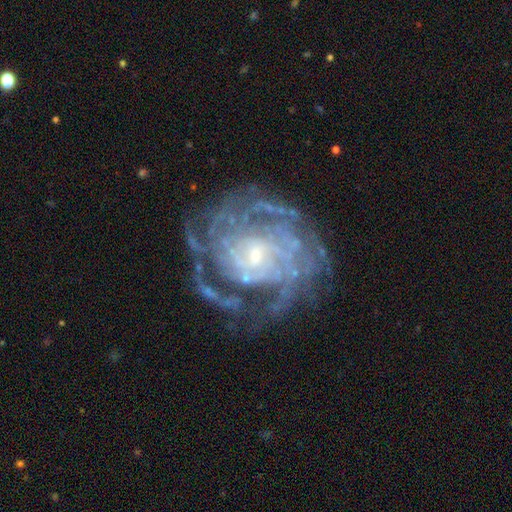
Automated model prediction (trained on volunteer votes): smooth_or_featured: featured or disk (p=0.88) [alt: star or artifact p=0.07]
disk_edge_on: no (p=0.97) [alt: yes p=0.03]
bar: no (p=0.59) [alt: weak p=0.32]
has_spiral_arms: yes (p=0.95) [alt: no p=0.05]
spiral_winding: tight (p=0.70) [alt: medium p=0.24]
spiral_arm_count: can't tell (p=0.37) [alt: 4 p=0.17]
bulge_size: small (p=0.71) [alt: moderate p=0.23]
merging: none (p=0.68) [alt: minor disturbance p=0.17]